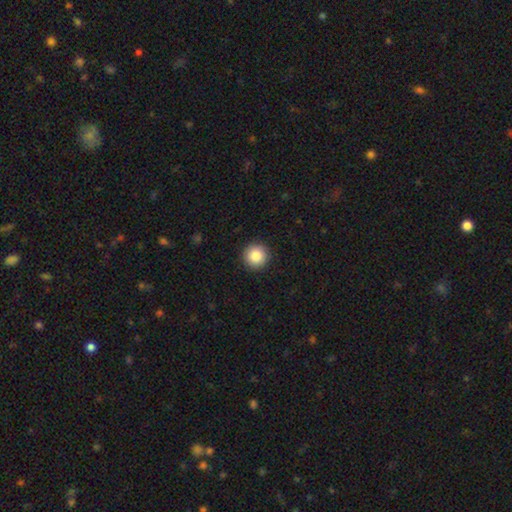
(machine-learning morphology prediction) This appears to be a smooth galaxy with no disk features (86%) that is round (96%). Merging: none (92%).